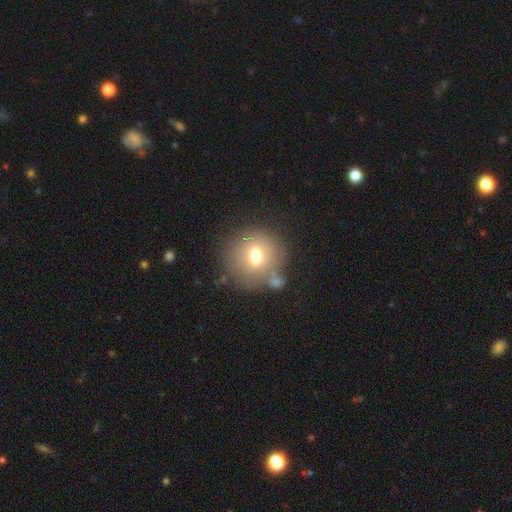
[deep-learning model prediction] A smooth galaxy with no disk features (67%) that is round (88%).

Vote fractions:
- Smooth or featured? smooth: 67% / featured or disk: 22% / star or artifact: 10%
- How rounded? round: 88% / in between: 11% / cigar-shaped: 1%
- Merging? none: 68% / minor disturbance: 14% / merger: 12% / major disturbance: 6%